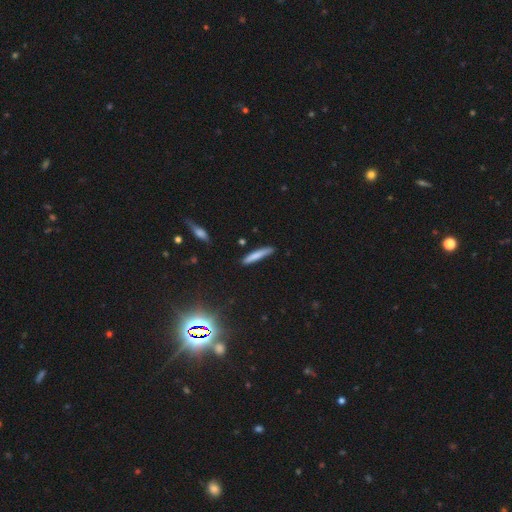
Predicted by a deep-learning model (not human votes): The model was most divided on "smooth or featured": smooth: 76%, featured or disk: 17%, star or artifact: 7%. More confident: how rounded — cigar-shaped (93%); merging — none (85%).